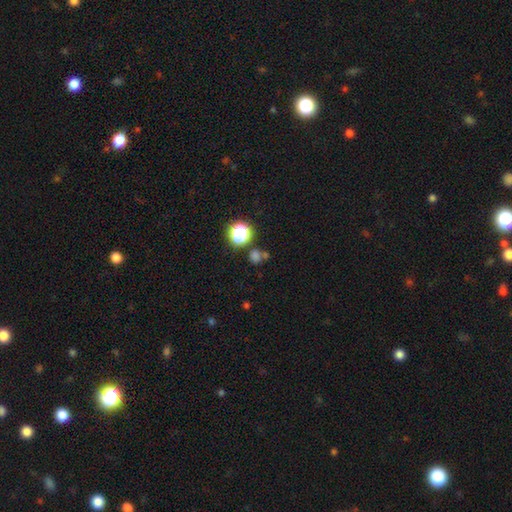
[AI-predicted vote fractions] This is likely a smooth galaxy (60%). How rounded: clearly round (87%). Merging: likely none (65%).